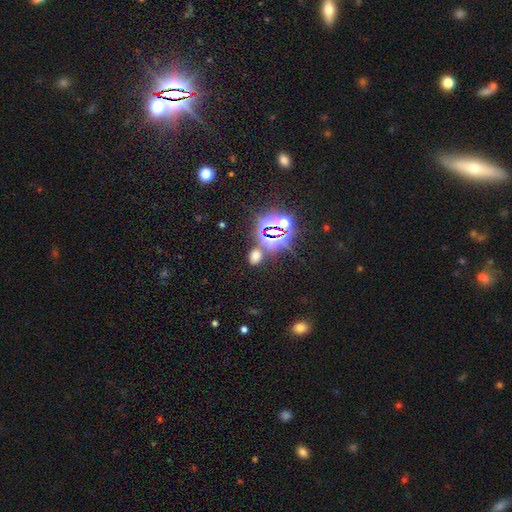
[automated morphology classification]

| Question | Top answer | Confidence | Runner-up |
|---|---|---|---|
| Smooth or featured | smooth | 50% | star or artifact (43%) |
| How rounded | in between | 66% | round (32%) |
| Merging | none | 76% | minor disturbance (10%) |